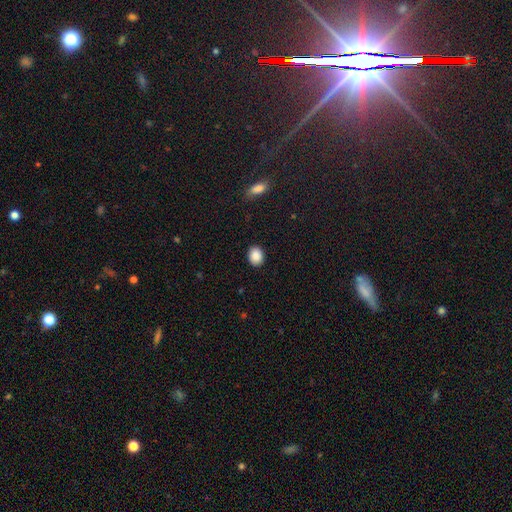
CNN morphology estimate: Smooth or featured? Predicted: smooth (p=0.90). How rounded? Predicted: in between (p=0.52). Merging? Predicted: none (p=0.90).